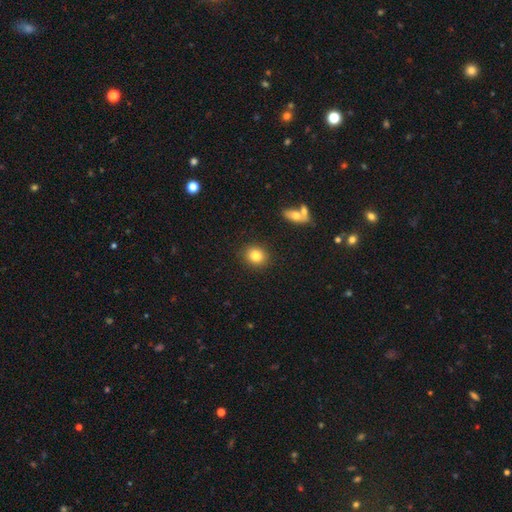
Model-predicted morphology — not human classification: Smooth or featured?
  - smooth: 82% *
  - star or artifact: 10%
  - featured or disk: 8%
How rounded?
  - round: 72% *
  - in between: 27%
  - cigar-shaped: 1%
Merging?
  - none: 89% *
  - minor disturbance: 7%
  - merger: 2%
  - major disturbance: 2%